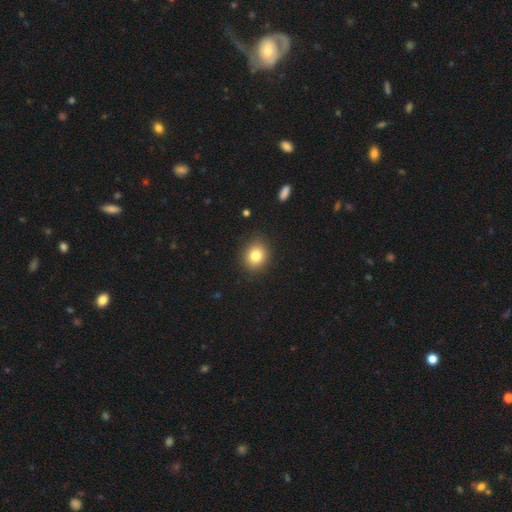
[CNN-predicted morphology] Q: Smooth or featured?
A: smooth (82%); runner-up: star or artifact (11%)
Q: How rounded?
A: round (73%); runner-up: in between (26%)
Q: Merging?
A: none (88%); runner-up: minor disturbance (8%)